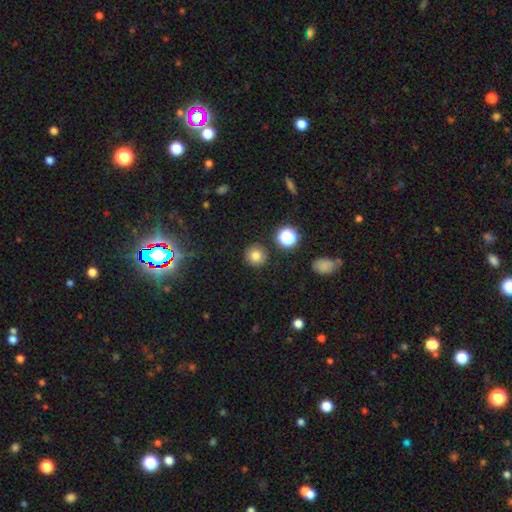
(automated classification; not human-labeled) A smooth galaxy with no disk features (79%) that is round (94%).

Vote fractions:
- Smooth or featured? smooth: 79% / star or artifact: 15% / featured or disk: 6%
- How rounded? round: 94% / in between: 5% / cigar-shaped: 1%
- Merging? none: 89% / minor disturbance: 6% / major disturbance: 2% / merger: 2%